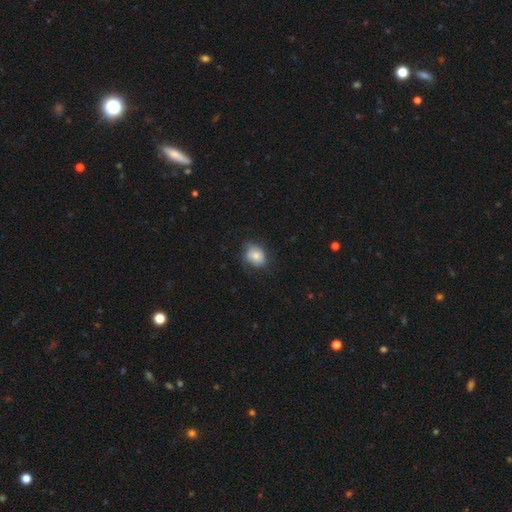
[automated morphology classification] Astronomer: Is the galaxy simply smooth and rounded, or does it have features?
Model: smooth — 69%.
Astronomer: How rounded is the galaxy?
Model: in between — 51% (runner-up: round, 49%).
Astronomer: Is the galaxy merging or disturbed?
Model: none — 60%.